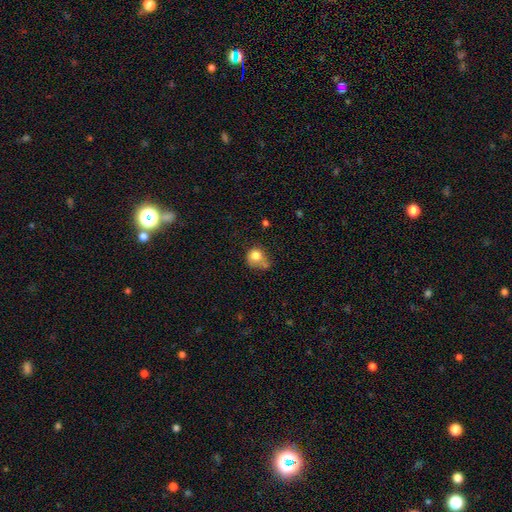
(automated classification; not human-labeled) This appears to be a smooth galaxy with no disk features (79%) that is round (76%). Merging: none (40%).